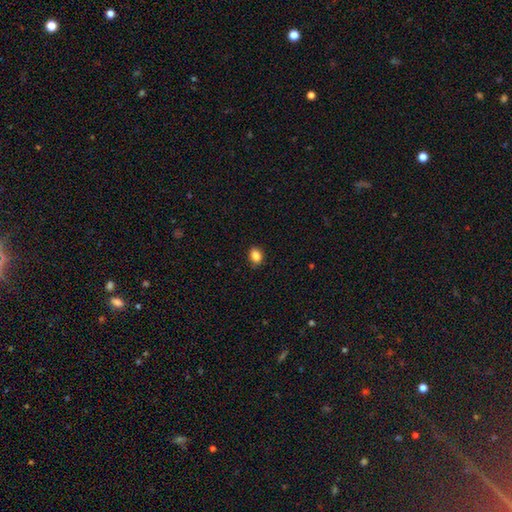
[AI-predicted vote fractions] smooth 87%, star or artifact 10%, featured or disk 4%. Down the decision tree: how rounded — in between (64%); merging — none (85%).